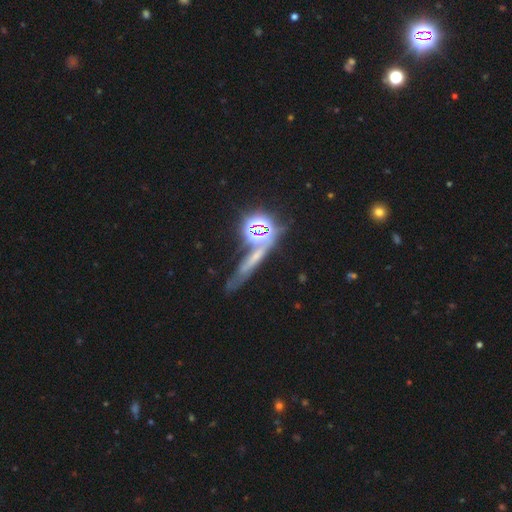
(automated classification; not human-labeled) Smooth or featured? star or artifact (49%)